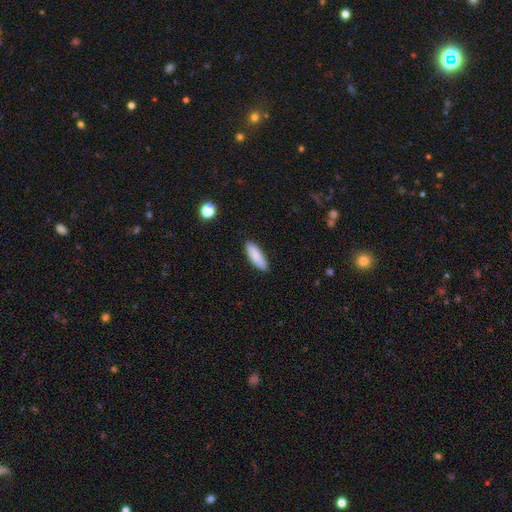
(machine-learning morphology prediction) smooth 86%, featured or disk 8%, star or artifact 6%. Down the decision tree: how rounded — in between (54%); merging — none (88%).